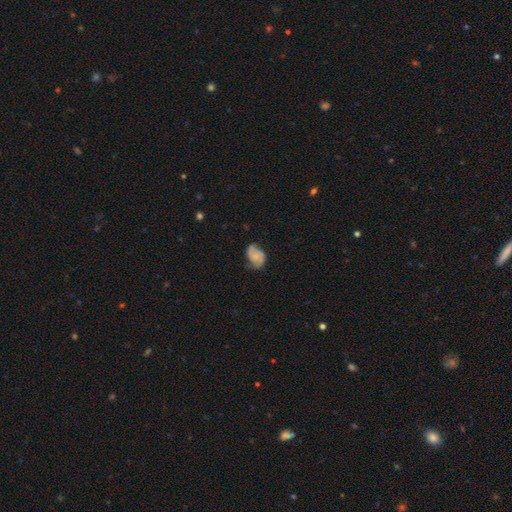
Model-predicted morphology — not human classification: type=featured or disk (59%); edge-on=no (98%); bar=no (69%); spiral arms=yes (90%); winding=medium (45%); arm count=2 (74%); bulge=small (46%); merging=none (59%).